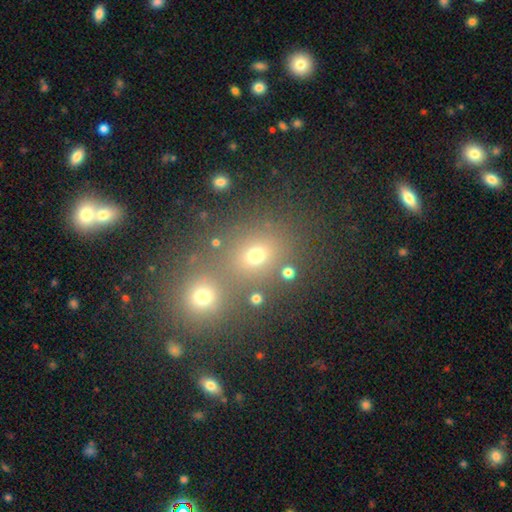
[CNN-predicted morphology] smooth 67%, star or artifact 22%, featured or disk 11%. Down the decision tree: how rounded — round (69%); merging — none (56%).